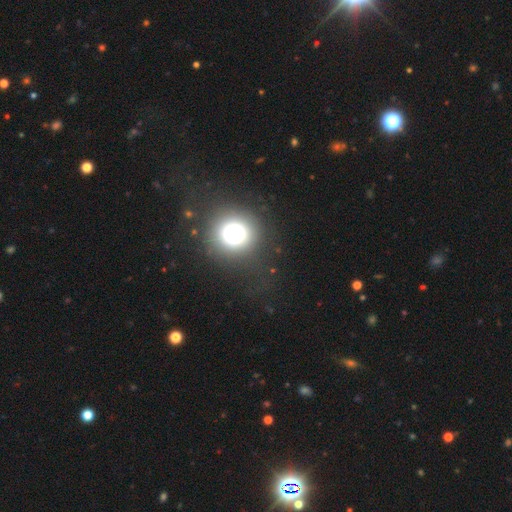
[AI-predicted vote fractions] smooth 51%, star or artifact 36%, featured or disk 13%. Down the decision tree: how rounded — round (82%); merging — none (79%).